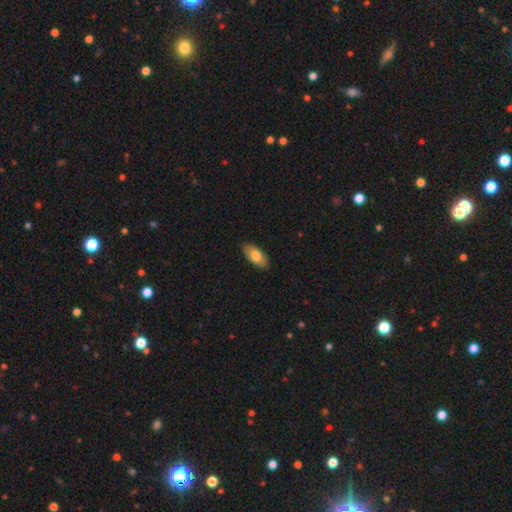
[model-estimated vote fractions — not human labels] The model was most divided on "smooth or featured": smooth: 76%, featured or disk: 18%, star or artifact: 6%. More confident: how rounded — in between (89%); merging — none (87%).